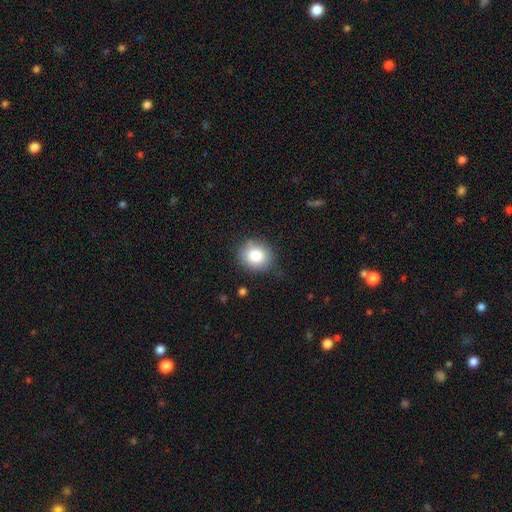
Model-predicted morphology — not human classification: A smooth galaxy with no disk features (83%) that is round (78%). Merging: none (80%).